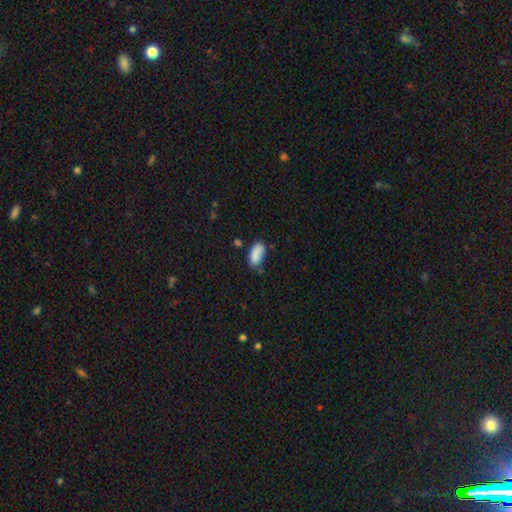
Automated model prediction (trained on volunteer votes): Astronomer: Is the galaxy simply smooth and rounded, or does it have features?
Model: smooth — 87%.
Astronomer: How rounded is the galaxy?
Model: in between — 92%.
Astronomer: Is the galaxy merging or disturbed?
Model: none — 66%.